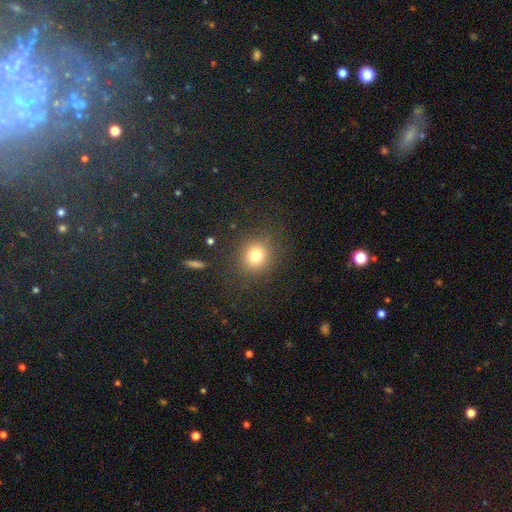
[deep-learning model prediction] This is likely a smooth galaxy (77%). How rounded: clearly round (87%). Merging: clearly none (85%).